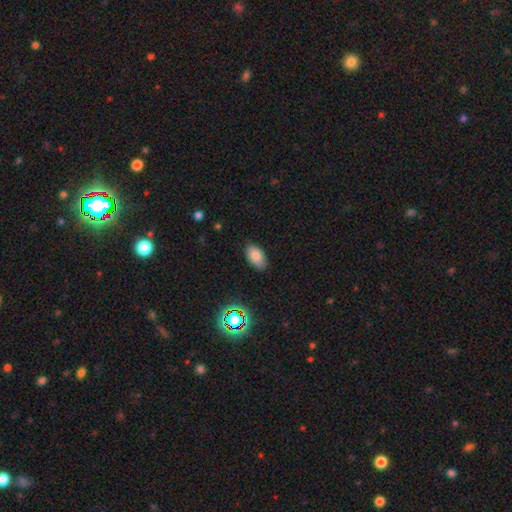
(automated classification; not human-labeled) Overall: smooth (83%). How rounded: in between (93%). Merging: none (84%).